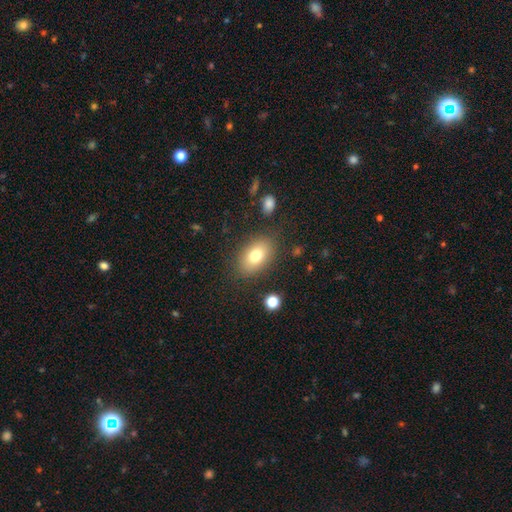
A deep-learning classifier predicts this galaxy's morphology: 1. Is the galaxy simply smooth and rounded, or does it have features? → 77% smooth, 14% featured or disk, 9% star or artifact.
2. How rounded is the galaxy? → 86% in between, 13% round, 2% cigar-shaped.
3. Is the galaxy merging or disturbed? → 82% none, 11% minor disturbance, 4% major disturbance, 2% merger.